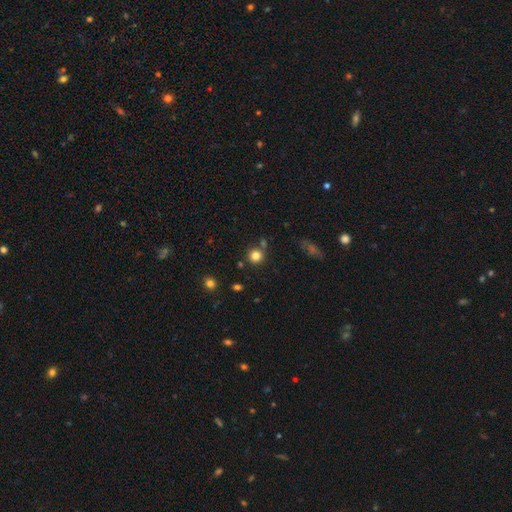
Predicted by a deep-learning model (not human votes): This appears to be a smooth galaxy with no disk features (81%) that is round (92%). Merging: none (77%).